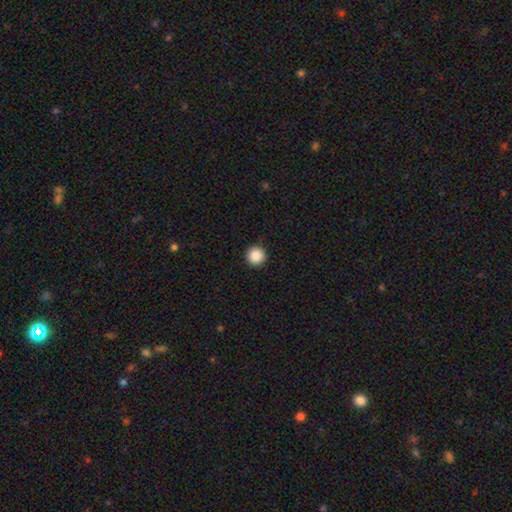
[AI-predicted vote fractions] Smooth or featured?
  - smooth: 89% *
  - star or artifact: 9%
  - featured or disk: 3%
How rounded?
  - round: 96% *
  - in between: 3%
  - cigar-shaped: 1%
Merging?
  - none: 93% *
  - minor disturbance: 4%
  - major disturbance: 1%
  - merger: 1%